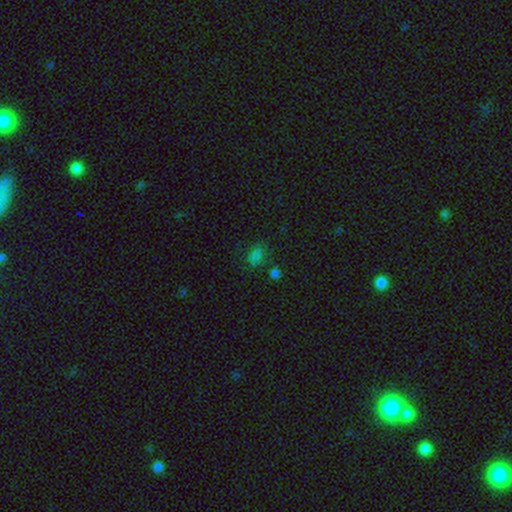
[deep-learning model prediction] Smooth or featured? Predicted: smooth (p=0.72). How rounded? Predicted: in between (p=0.76). Merging? Predicted: none (p=0.64).